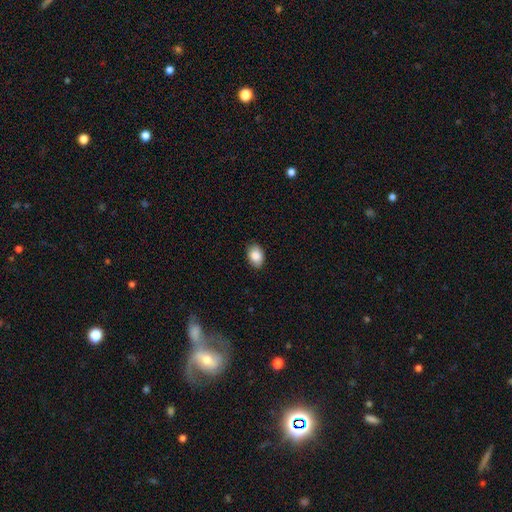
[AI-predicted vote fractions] Smooth or featured: smooth — 88% (star or artifact — 7%)
How rounded: in between — 82% (round — 17%)
Merging: none — 87% (minor disturbance — 10%)